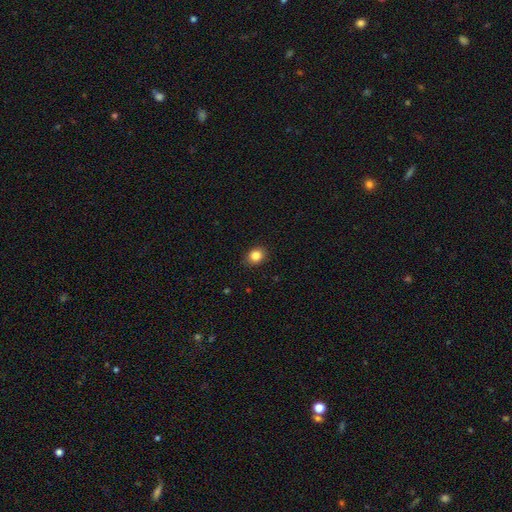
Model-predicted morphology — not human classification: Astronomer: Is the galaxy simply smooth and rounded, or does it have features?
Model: smooth — 84%.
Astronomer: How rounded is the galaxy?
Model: round — 62%.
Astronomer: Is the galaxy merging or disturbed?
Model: none — 89%.